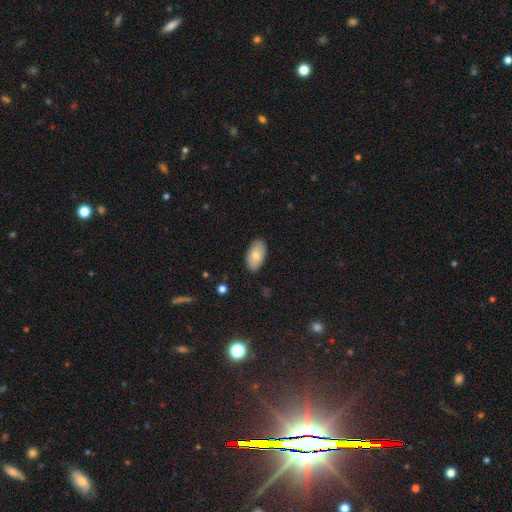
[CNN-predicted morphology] This is likely a smooth galaxy (76%). How rounded: clearly in between (95%). Merging: clearly none (86%).